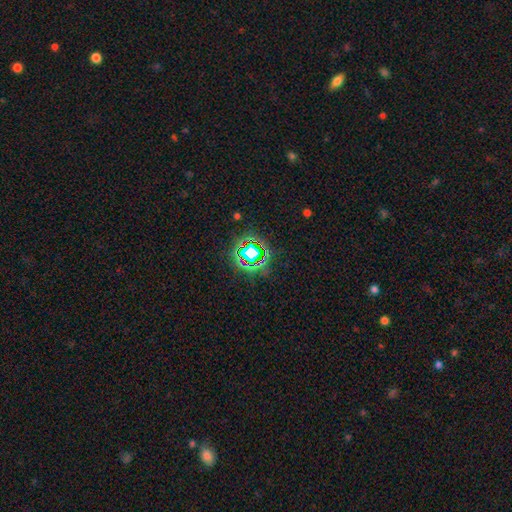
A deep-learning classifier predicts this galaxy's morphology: A star or artifact, not a galaxy (77%).

Vote fractions:
- Smooth or featured? star or artifact: 77% / smooth: 14% / featured or disk: 8%